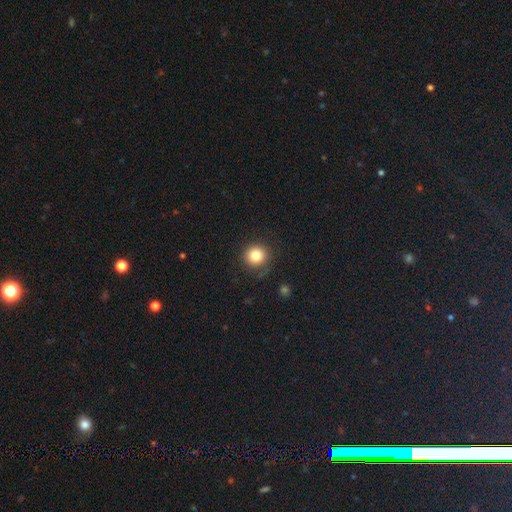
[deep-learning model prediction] smooth 82%, star or artifact 11%, featured or disk 7%. Down the decision tree: how rounded — round (92%); merging — none (85%).